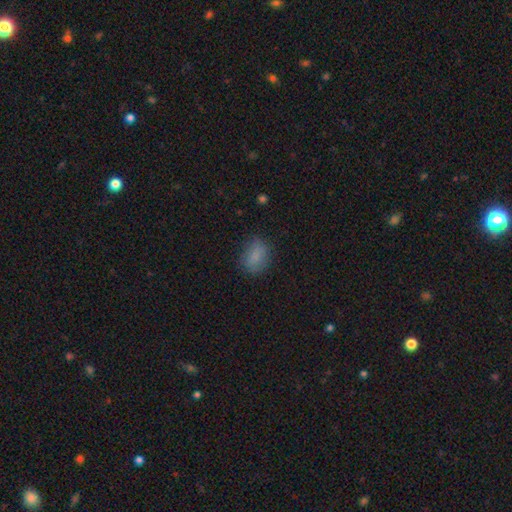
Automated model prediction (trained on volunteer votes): Smooth or featured: smooth — 81% (star or artifact — 10%)
How rounded: in between — 66% (round — 32%)
Merging: none — 71% (minor disturbance — 21%)